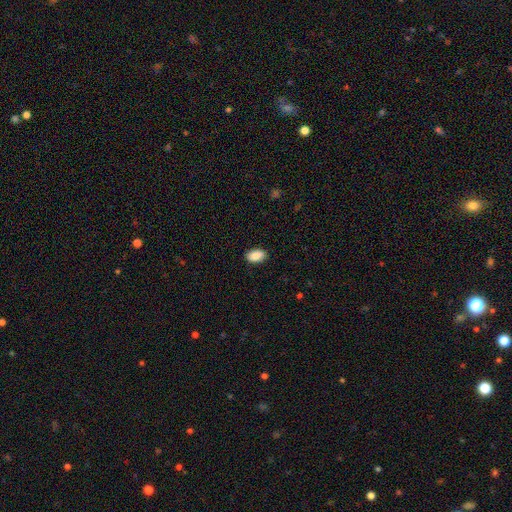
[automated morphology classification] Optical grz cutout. It shows a smooth galaxy with no disk features (89%) that is in between round and cigar-shaped (92%). Merging: none (88%).